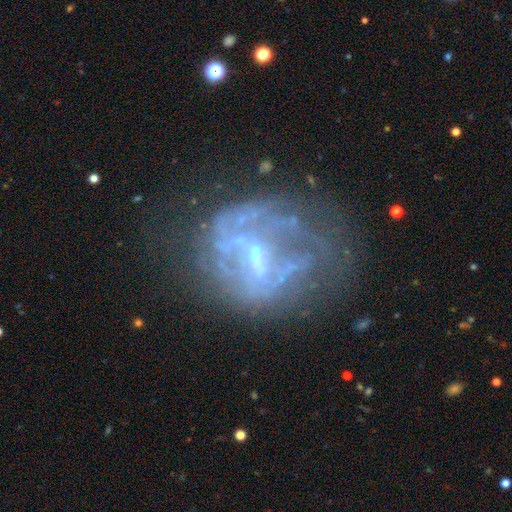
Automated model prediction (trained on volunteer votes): Smooth or featured? featured or disk (76%)
Edge-on disk? no (97%)
Bar? weak (43%)
Spiral arms? no (50%, tied with yes)
Bulge size? small (55%)
Merging? none (42%)